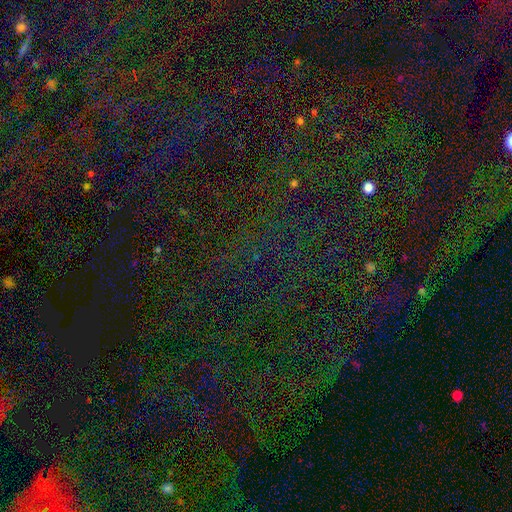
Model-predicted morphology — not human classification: type=star or artifact (80%).